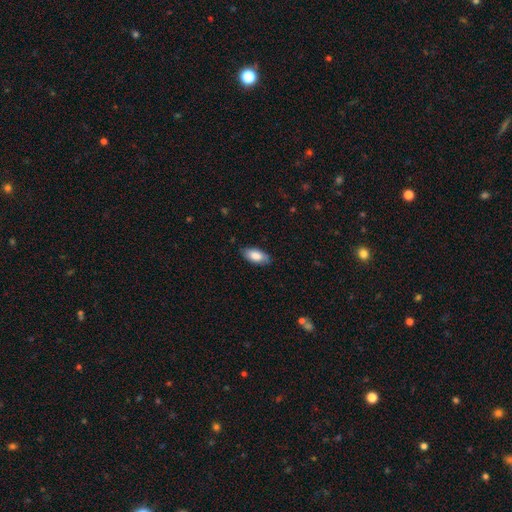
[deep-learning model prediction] The model was most divided on "merging": none: 81%, minor disturbance: 15%, major disturbance: 3%, merger: 1%. More confident: how rounded — in between (91%); smooth or featured — smooth (82%).